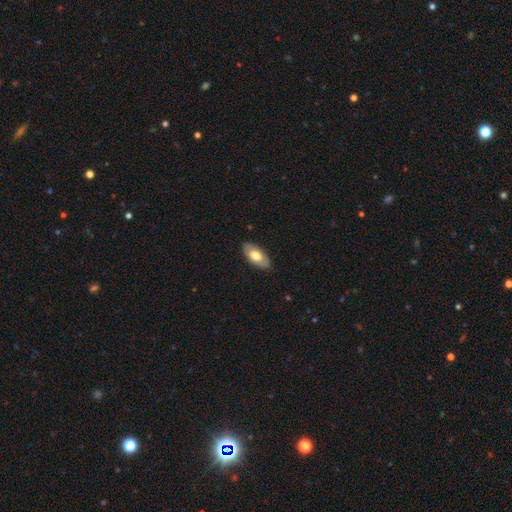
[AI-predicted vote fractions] smooth 65%, featured or disk 29%, star or artifact 6%. Down the decision tree: how rounded — in between (94%); merging — none (85%).